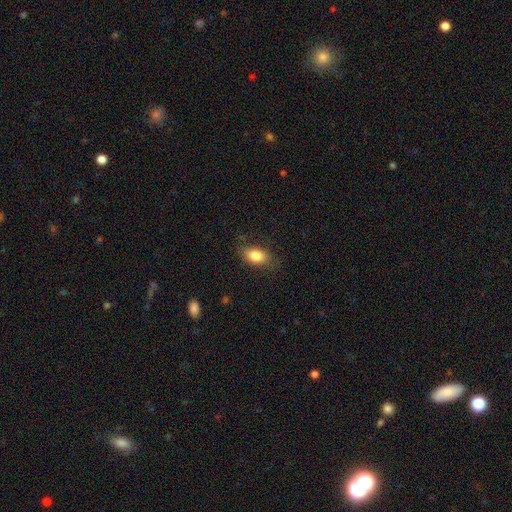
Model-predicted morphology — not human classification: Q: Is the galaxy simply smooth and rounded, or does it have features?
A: smooth — 82%.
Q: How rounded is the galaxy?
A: in between — 86%.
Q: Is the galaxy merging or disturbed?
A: none — 79%.